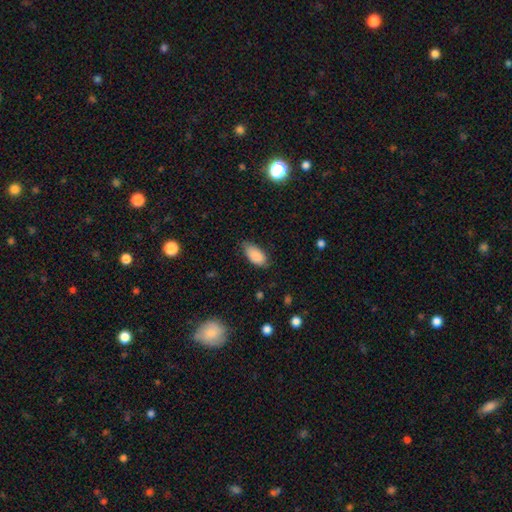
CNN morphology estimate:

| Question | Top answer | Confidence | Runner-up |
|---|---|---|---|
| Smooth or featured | smooth | 87% | star or artifact (7%) |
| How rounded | in between | 92% | cigar-shaped (6%) |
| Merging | none | 70% | minor disturbance (25%) |